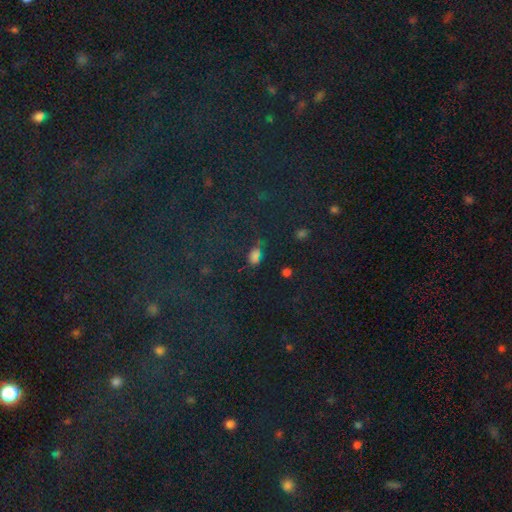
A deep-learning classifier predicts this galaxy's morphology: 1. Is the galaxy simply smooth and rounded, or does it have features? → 54% smooth, 37% star or artifact, 9% featured or disk.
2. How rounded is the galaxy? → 73% in between, 19% round, 7% cigar-shaped.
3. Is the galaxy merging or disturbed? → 57% none, 21% minor disturbance, 14% major disturbance, 8% merger.